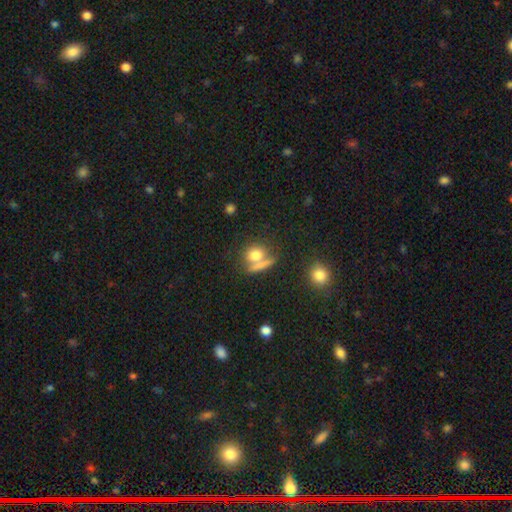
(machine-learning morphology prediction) The model was most divided on "merging": none: 50%, merger: 34%, minor disturbance: 10%, major disturbance: 6%. More confident: smooth or featured — smooth (74%); how rounded — round (62%).